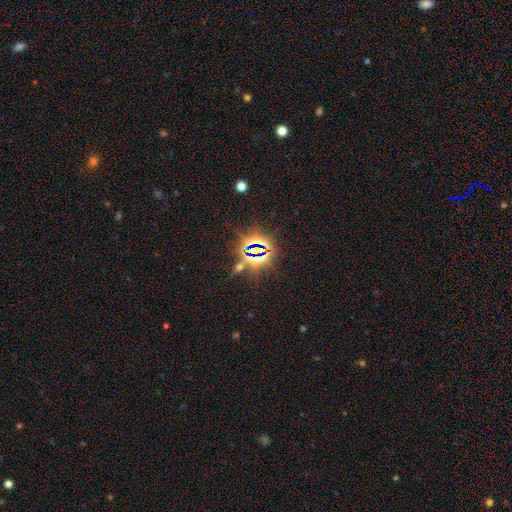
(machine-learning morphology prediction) A star or artifact, not a galaxy (78%).